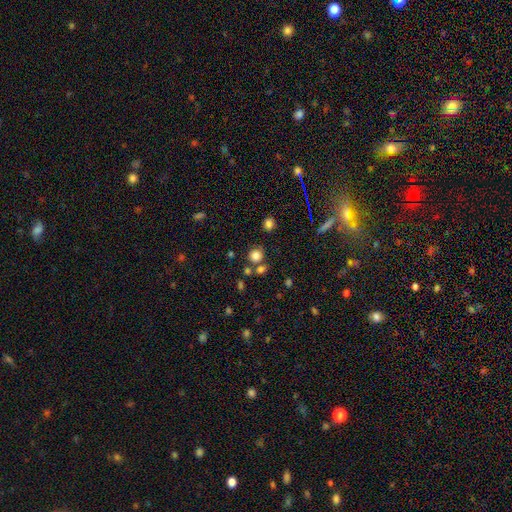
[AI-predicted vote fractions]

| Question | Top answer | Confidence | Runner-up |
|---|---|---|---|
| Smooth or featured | smooth | 80% | star or artifact (14%) |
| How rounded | round | 87% | in between (12%) |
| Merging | none | 71% | merger (16%) |